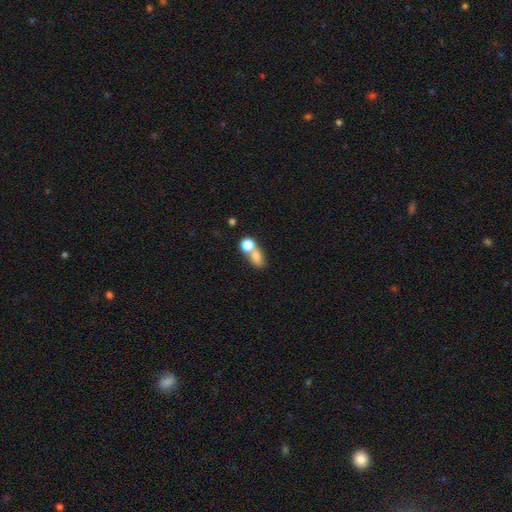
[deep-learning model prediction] A smooth galaxy with no disk features (75%) that is in between round and cigar-shaped (55%). Merging: merger (60%).